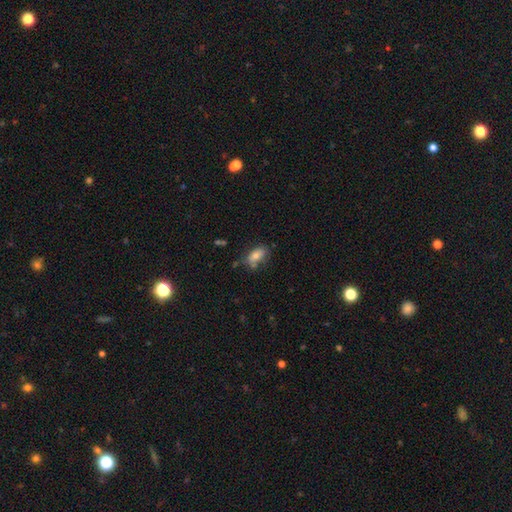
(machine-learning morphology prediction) smooth 76%, featured or disk 16%, star or artifact 9%. Down the decision tree: how rounded — in between (89%); merging — none (63%).